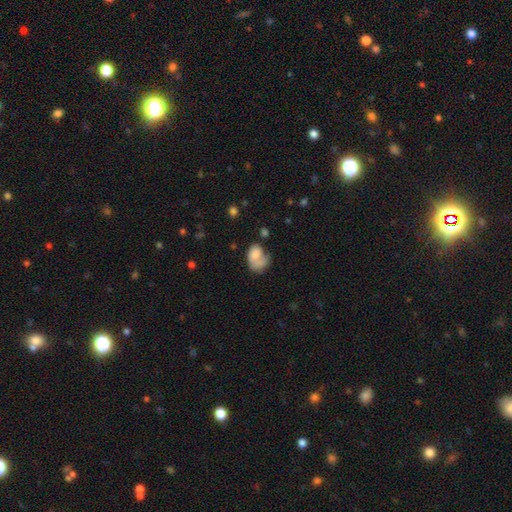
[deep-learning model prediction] This is likely a smooth galaxy (62%). How rounded: likely in between (77%). Merging: marginally major disturbance (36%).